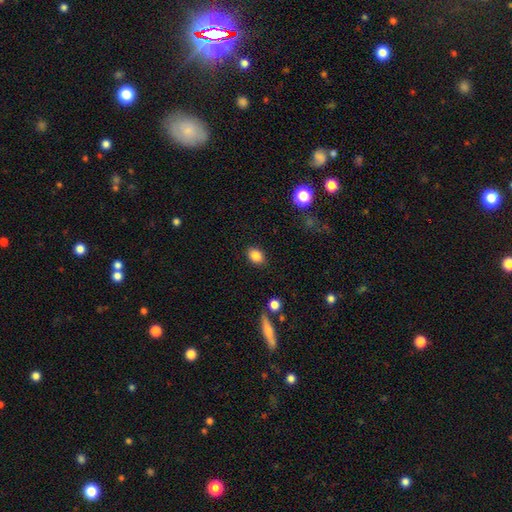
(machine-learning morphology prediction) This is clearly a smooth galaxy (85%). How rounded: likely in between (63%). Merging: clearly none (86%).